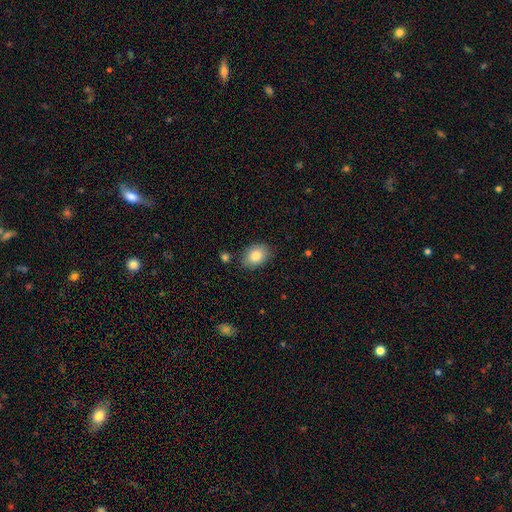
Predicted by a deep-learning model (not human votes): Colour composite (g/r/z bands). It shows a smooth galaxy with no disk features (85%) that is in between round and cigar-shaped (79%). Merging: none (81%).